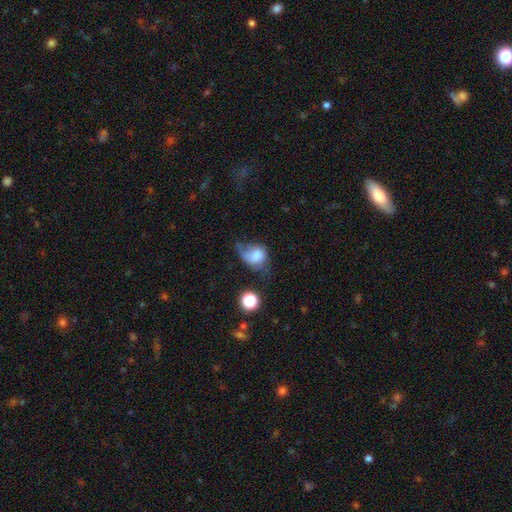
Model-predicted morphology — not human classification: This appears to be a smooth galaxy with no disk features (60%) that is in between round and cigar-shaped (58%). Merging: major disturbance (39%).